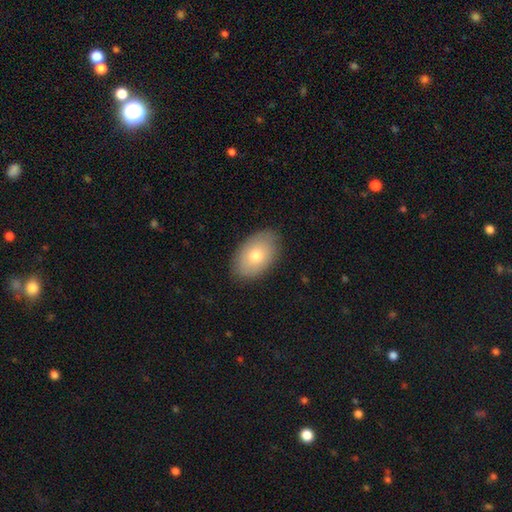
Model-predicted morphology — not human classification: type=smooth (74%); roundness=in between (90%); merging=none (85%).